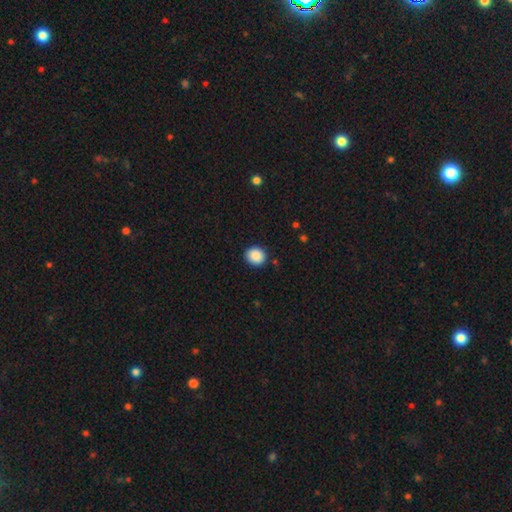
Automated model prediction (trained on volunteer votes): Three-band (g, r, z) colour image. It shows a smooth galaxy with no disk features (89%) that is round (75%). Merging: none (89%).